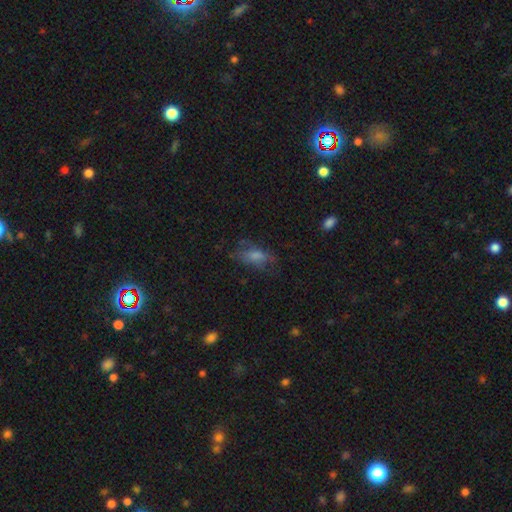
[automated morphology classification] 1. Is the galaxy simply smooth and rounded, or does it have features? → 56% smooth, 30% featured or disk, 14% star or artifact.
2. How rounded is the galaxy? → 81% in between, 12% cigar-shaped, 7% round.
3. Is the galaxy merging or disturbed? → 53% none, 24% minor disturbance, 21% major disturbance, 2% merger.